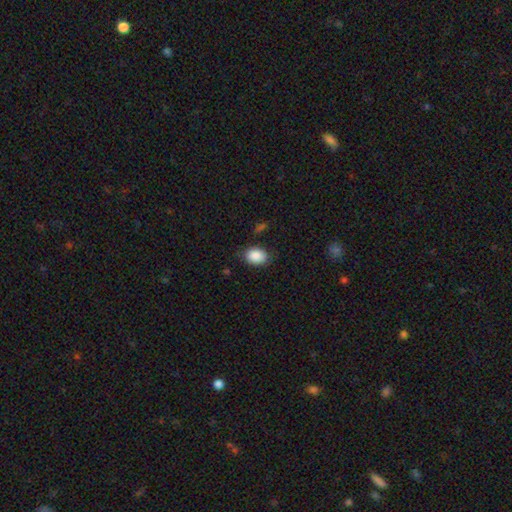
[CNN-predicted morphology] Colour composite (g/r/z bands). It shows a smooth galaxy with no disk features (89%) that is in between round and cigar-shaped (78%). Merging: none (81%).